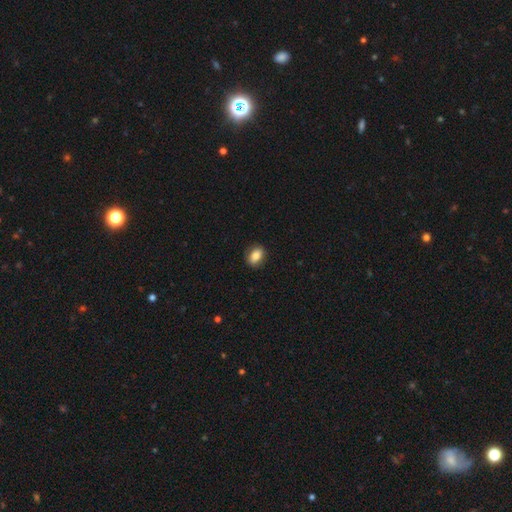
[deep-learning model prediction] smooth_or_featured: smooth (p=0.83) [alt: featured or disk p=0.09]
how_rounded: in between (p=0.74) [alt: round p=0.24]
merging: none (p=0.88) [alt: minor disturbance p=0.09]